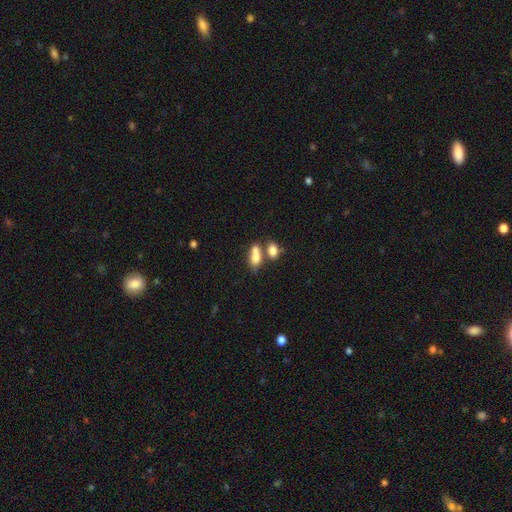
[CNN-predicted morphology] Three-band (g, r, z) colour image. It shows a smooth galaxy with no disk features (77%) that is in between round and cigar-shaped (81%). Merging: merger (60%).